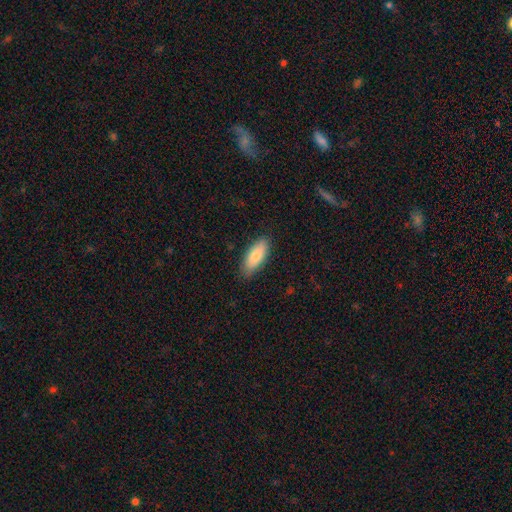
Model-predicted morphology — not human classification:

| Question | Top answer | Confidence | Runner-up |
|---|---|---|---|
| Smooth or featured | smooth | 82% | featured or disk (12%) |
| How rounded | in between | 80% | cigar-shaped (18%) |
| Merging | none | 85% | minor disturbance (11%) |